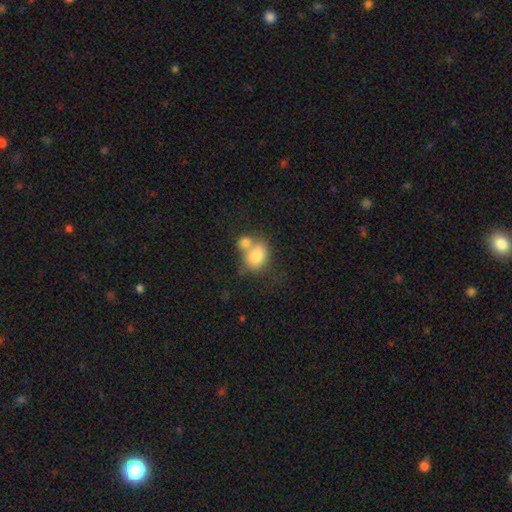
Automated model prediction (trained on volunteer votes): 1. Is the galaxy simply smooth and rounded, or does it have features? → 80% smooth, 12% featured or disk, 8% star or artifact.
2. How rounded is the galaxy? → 63% in between, 36% round, 1% cigar-shaped.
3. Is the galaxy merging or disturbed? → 52% merger, 32% none, 11% minor disturbance, 5% major disturbance.